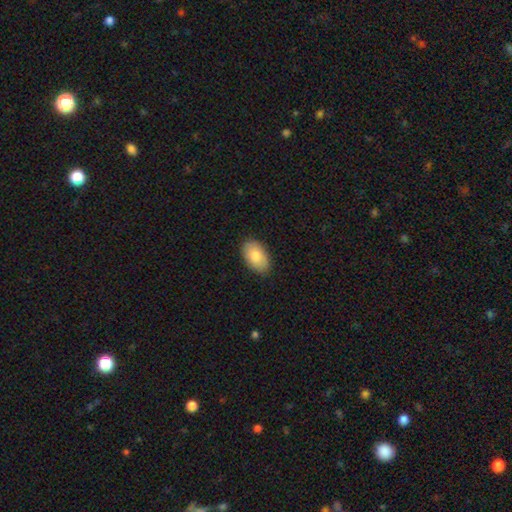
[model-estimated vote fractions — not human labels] A smooth galaxy with no disk features (81%) that is in between round and cigar-shaped (93%). Merging: none (87%).